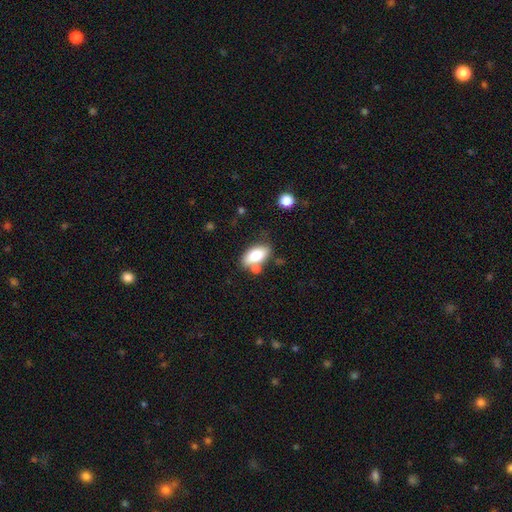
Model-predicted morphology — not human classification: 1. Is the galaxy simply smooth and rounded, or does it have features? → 77% smooth, 16% featured or disk, 7% star or artifact.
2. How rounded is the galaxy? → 90% in between, 6% cigar-shaped, 4% round.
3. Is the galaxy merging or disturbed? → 62% none, 18% merger, 16% minor disturbance, 5% major disturbance.